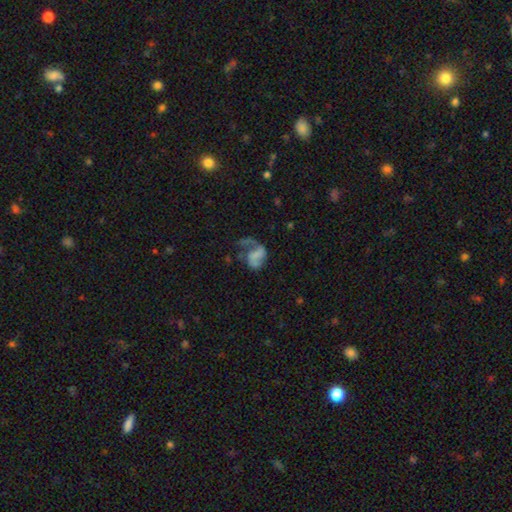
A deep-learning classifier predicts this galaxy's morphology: Smooth or featured? Predicted: featured or disk (p=0.65). Edge-on disk? Predicted: no (p=0.98). Bar? Predicted: no (p=0.56). Spiral arms? Predicted: yes (p=0.78). Bulge size? Predicted: none (p=0.56). Merging? Predicted: major disturbance (p=0.50).